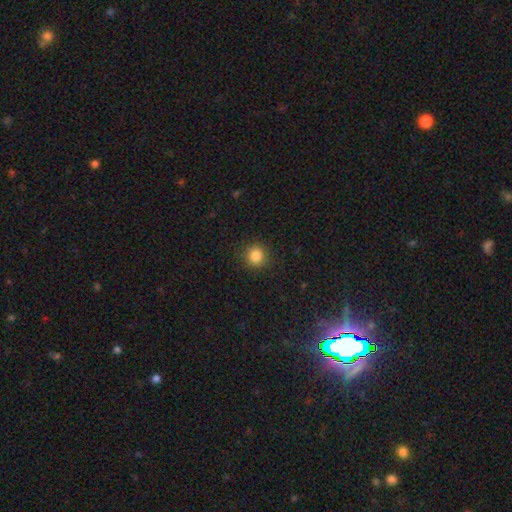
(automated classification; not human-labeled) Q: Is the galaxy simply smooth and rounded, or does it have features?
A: smooth — 85%.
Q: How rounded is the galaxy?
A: round — 90%.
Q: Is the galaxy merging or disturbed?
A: none — 90%.